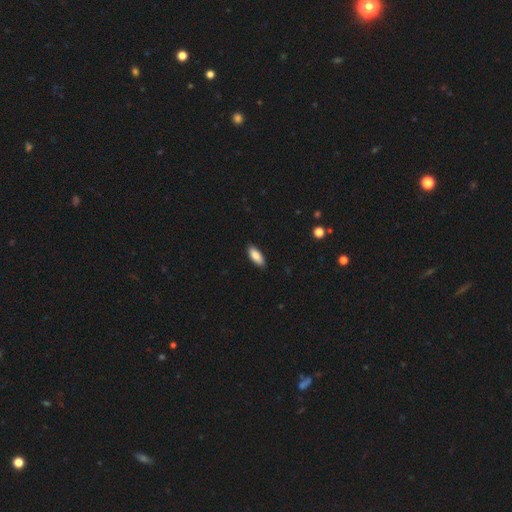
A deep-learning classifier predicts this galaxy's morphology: smooth-or-featured: smooth: 85% | featured or disk: 9% | star or artifact: 6%
  how-rounded: in between: 79% | cigar-shaped: 20% | round: 2%
  merging: none: 88% | minor disturbance: 10% | major disturbance: 2% | merger: 1%